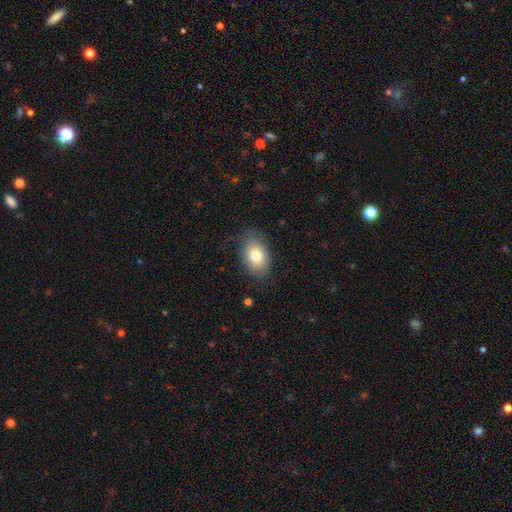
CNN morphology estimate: smooth 78%, featured or disk 14%, star or artifact 9%. Down the decision tree: how rounded — in between (85%); merging — none (80%).